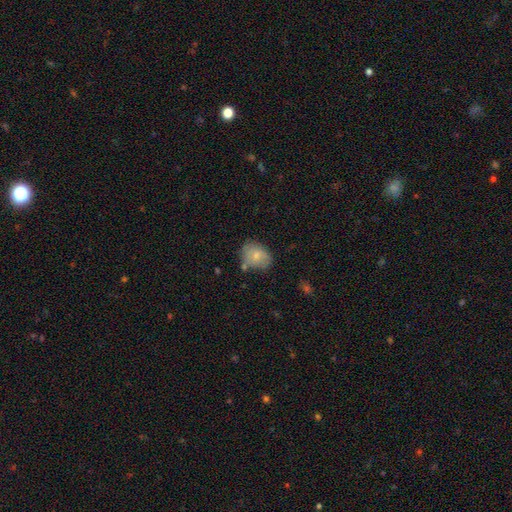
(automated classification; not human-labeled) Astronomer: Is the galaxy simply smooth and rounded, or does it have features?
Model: smooth — 69%.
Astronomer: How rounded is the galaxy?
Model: in between — 50% (runner-up: round, 49%).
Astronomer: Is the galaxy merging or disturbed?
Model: none — 58%.